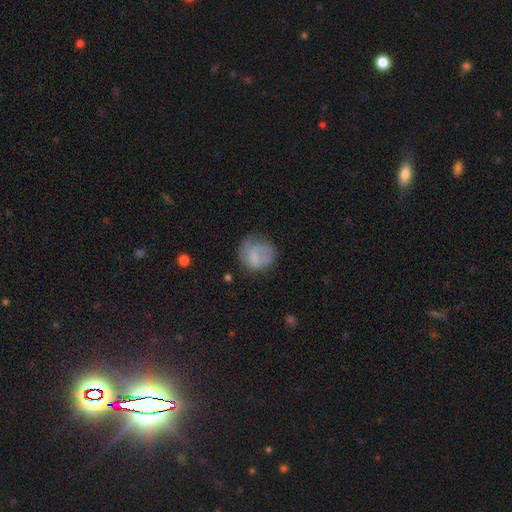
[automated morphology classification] Smooth or featured? smooth (57%)
How rounded? round (79%)
Merging? none (48%)